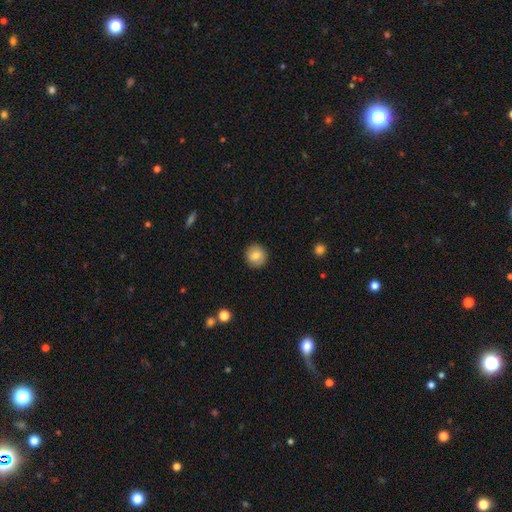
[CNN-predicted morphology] Smooth or featured?
  - smooth: 82% *
  - featured or disk: 10%
  - star or artifact: 8%
How rounded?
  - round: 91% *
  - in between: 8%
  - cigar-shaped: 1%
Merging?
  - none: 91% *
  - minor disturbance: 6%
  - major disturbance: 2%
  - merger: 1%